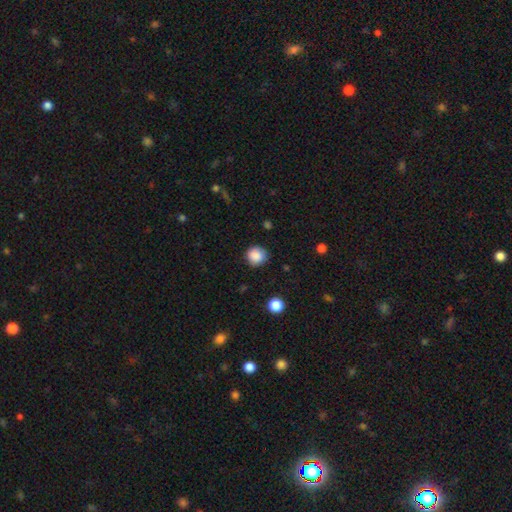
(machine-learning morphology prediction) Smooth or featured: smooth — 87% (star or artifact — 9%)
How rounded: round — 88% (in between — 11%)
Merging: none — 84% (minor disturbance — 12%)